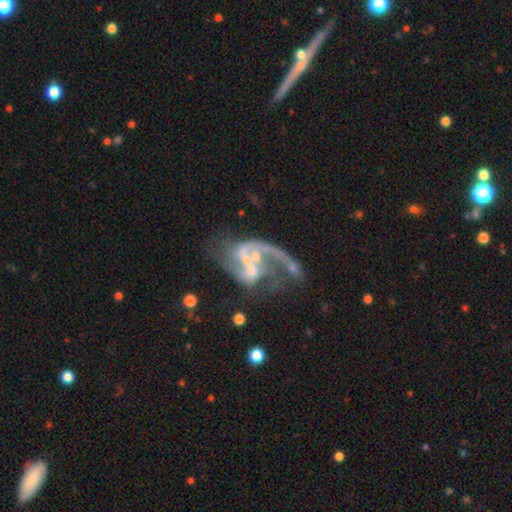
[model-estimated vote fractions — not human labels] The model was most divided on "bulge size" (2-way tie): moderate: 36%, small: 36%, none: 21%, large: 5%, dominant: 2%. Remaining: edge-on disk — no (98%); smooth or featured — featured or disk (81%); spiral arms — yes (78%); spiral winding — loose (61%); bar — no (57%); spiral arm count — 1 (48%); merging — major disturbance (35%).